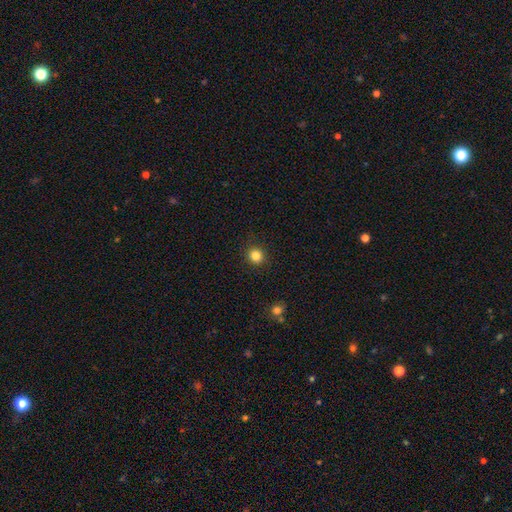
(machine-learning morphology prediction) This is clearly a smooth galaxy (84%). How rounded: clearly round (91%). Merging: clearly none (91%).